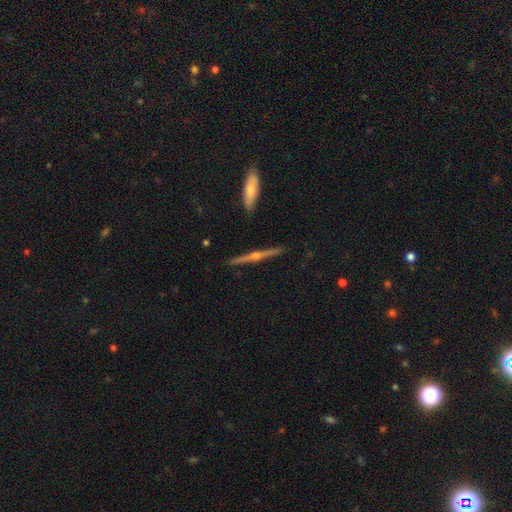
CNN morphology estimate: A featured or disk galaxy (80%) viewed edge-on (98%) with a rounded central bulge (91%). Merging: none (91%).